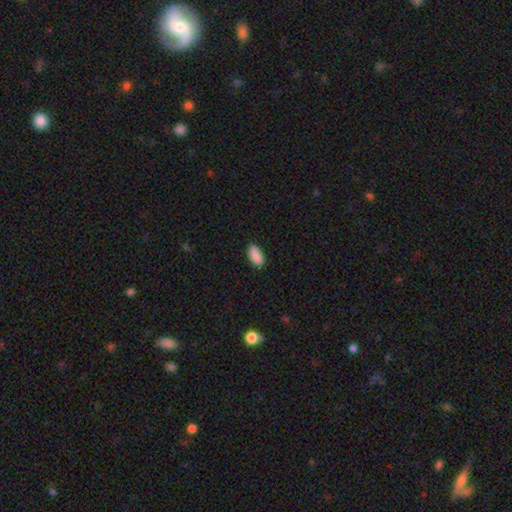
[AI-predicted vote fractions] Q: Smooth or featured?
A: smooth (91%); runner-up: star or artifact (7%)
Q: How rounded?
A: in between (92%); runner-up: cigar-shaped (5%)
Q: Merging?
A: none (88%); runner-up: minor disturbance (9%)